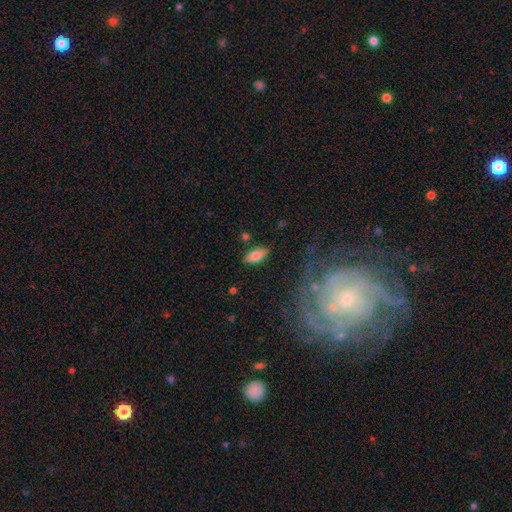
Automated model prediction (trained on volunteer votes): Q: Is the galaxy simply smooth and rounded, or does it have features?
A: smooth — 75%.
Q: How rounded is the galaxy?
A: in between — 85%.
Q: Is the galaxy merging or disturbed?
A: none — 84%.